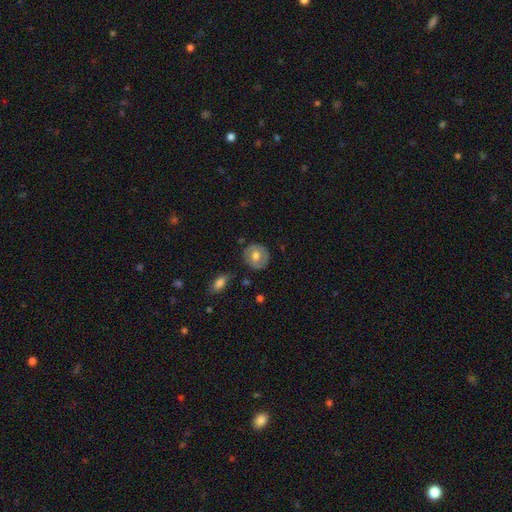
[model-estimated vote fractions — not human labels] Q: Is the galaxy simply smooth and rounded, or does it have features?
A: smooth — 62%.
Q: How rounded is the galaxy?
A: round — 85%.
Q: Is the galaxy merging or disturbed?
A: none — 82%.